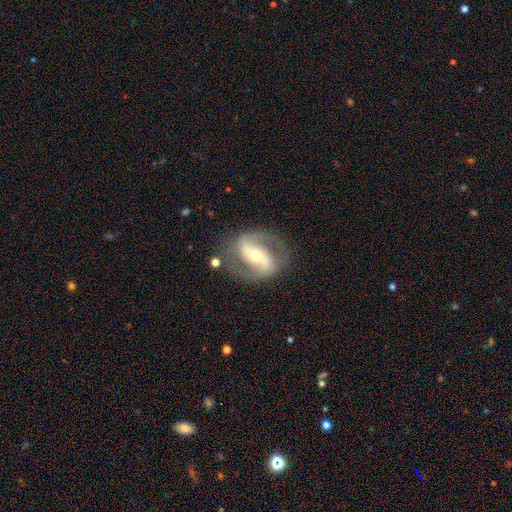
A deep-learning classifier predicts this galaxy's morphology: type=featured or disk (86%); edge-on=no (96%); bar=strong (50%); spiral arms=yes (92%); winding=medium (49%); arm count=2 (91%); bulge=moderate (48%, tied with small); merging=none (78%).